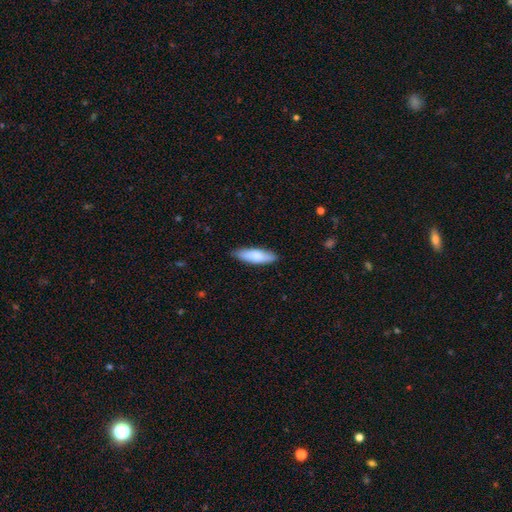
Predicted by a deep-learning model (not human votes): This appears to be a smooth galaxy with no disk features (83%) that is cigar-shaped (52%). Merging: none (86%).